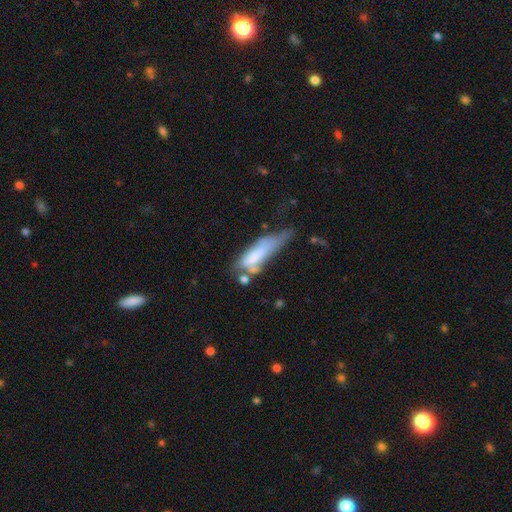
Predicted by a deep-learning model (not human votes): This appears to be a smooth galaxy with no disk features (66%) that is cigar-shaped (53%). Merging: major disturbance (32%).